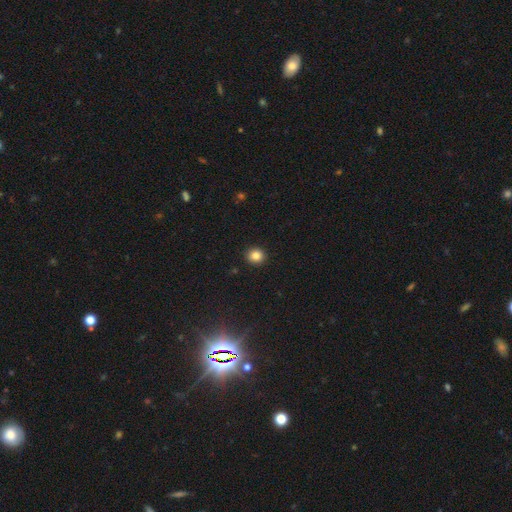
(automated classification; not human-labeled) Morphology: type=smooth (83%); roundness=round (88%); merging=none (92%).